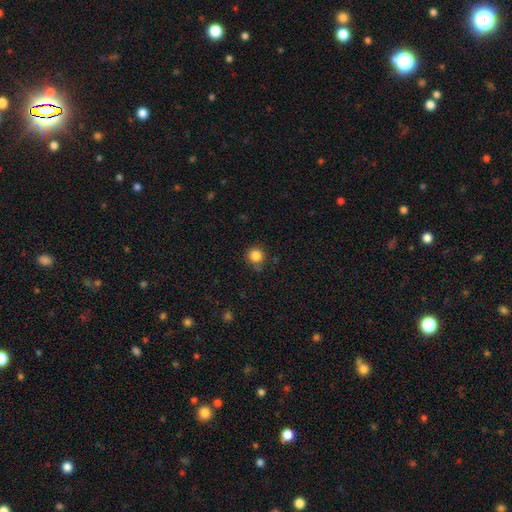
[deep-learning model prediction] Q: Smooth or featured?
A: smooth (85%); runner-up: star or artifact (11%)
Q: How rounded?
A: round (93%); runner-up: in between (6%)
Q: Merging?
A: none (81%); runner-up: minor disturbance (14%)